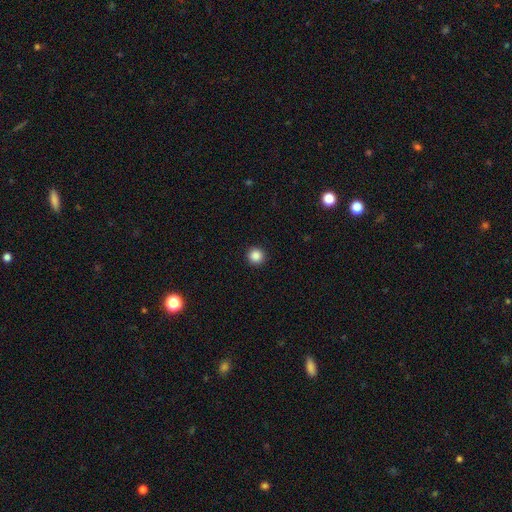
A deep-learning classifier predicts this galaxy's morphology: Smooth or featured?
  - smooth: 87% *
  - star or artifact: 10%
  - featured or disk: 3%
How rounded?
  - round: 96% *
  - in between: 3%
  - cigar-shaped: 1%
Merging?
  - none: 94% *
  - minor disturbance: 4%
  - major disturbance: 1%
  - merger: 1%